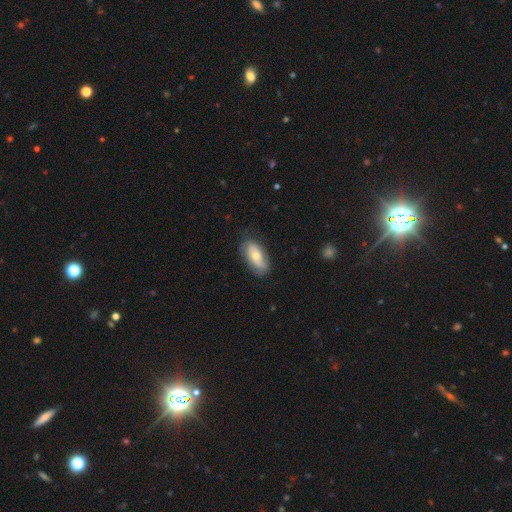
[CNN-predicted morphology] This appears to be a smooth galaxy with no disk features (59%) that is in between round and cigar-shaped (89%). Merging: none (72%).